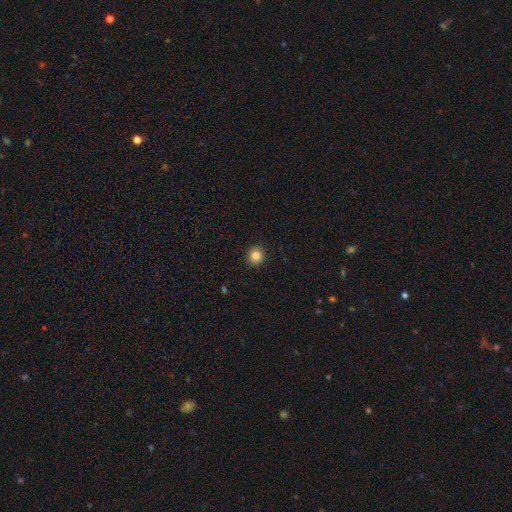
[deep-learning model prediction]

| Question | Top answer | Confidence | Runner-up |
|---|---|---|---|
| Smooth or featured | smooth | 84% | star or artifact (11%) |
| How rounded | round | 91% | in between (8%) |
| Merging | none | 93% | minor disturbance (5%) |